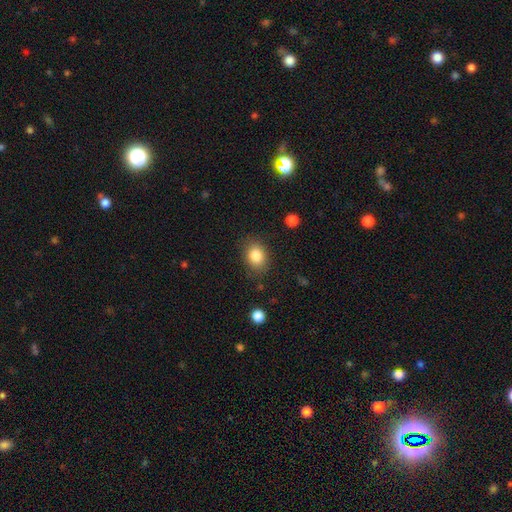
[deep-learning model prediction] The model was most divided on "how rounded": in between: 55%, round: 44%, cigar-shaped: 1%. More confident: smooth or featured — smooth (84%); merging — none (82%).